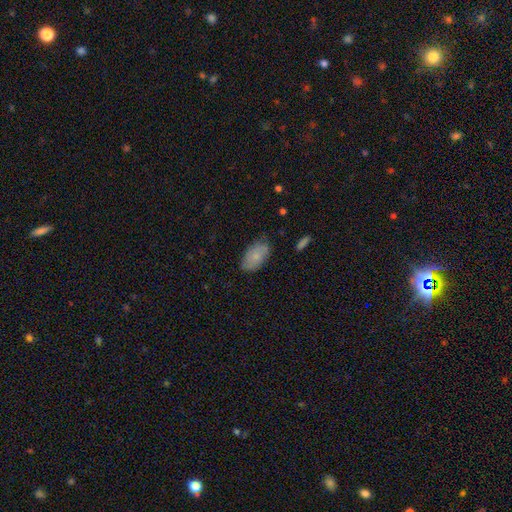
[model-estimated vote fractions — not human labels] This is likely a smooth galaxy (78%). How rounded: clearly in between (93%). Merging: likely none (74%).